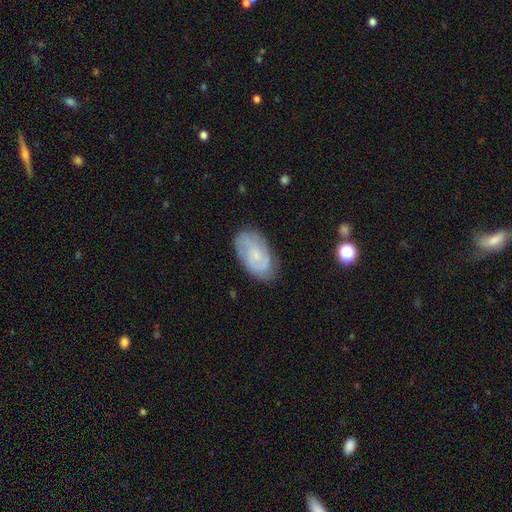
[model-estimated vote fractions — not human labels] Smooth or featured?
  - featured or disk: 54% *
  - smooth: 39%
  - star or artifact: 7%
Edge-on disk?
  - no: 95% *
  - yes: 5%
Bar?
  - no: 71% *
  - weak: 25%
  - strong: 4%
Spiral arms?
  - yes: 80% *
  - no: 20%
Bulge size?
  - small: 67% *
  - moderate: 21%
  - none: 10%
  - large: 2%
  - dominant: 1%
Merging?
  - none: 75% *
  - minor disturbance: 19%
  - major disturbance: 5%
  - merger: 1%